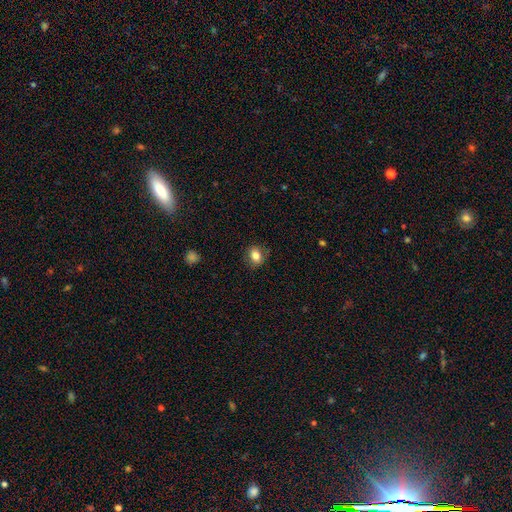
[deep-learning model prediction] smooth 82%, star or artifact 10%, featured or disk 9%. Down the decision tree: how rounded — round (50%); merging — none (82%).